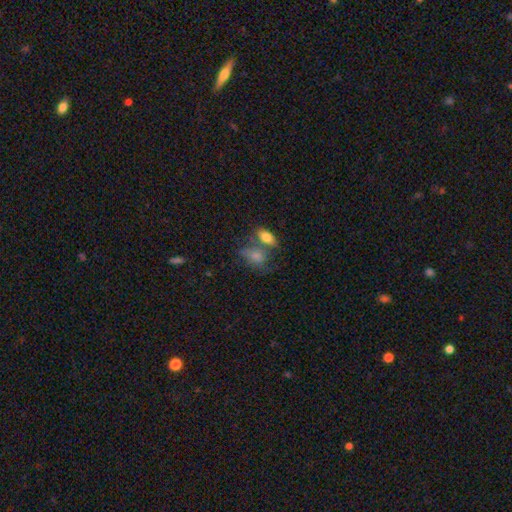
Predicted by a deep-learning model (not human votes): Smooth or featured?
  - smooth: 74% *
  - featured or disk: 16%
  - star or artifact: 10%
How rounded?
  - in between: 79% *
  - round: 17%
  - cigar-shaped: 4%
Merging?
  - merger: 38% *
  - none: 32%
  - minor disturbance: 18%
  - major disturbance: 12%